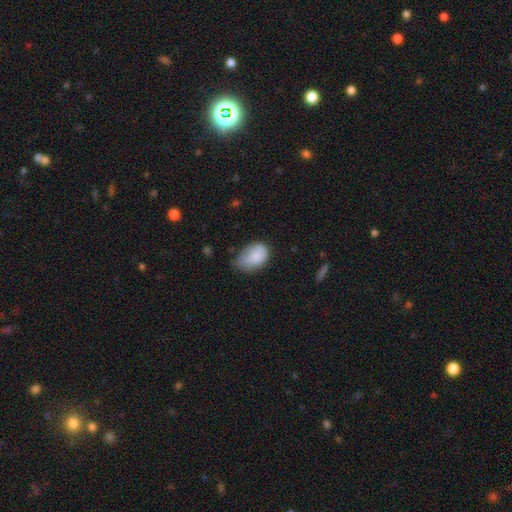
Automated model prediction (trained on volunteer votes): smooth_or_featured: smooth (p=0.84) [alt: featured or disk p=0.09]
how_rounded: in between (p=0.85) [alt: round p=0.13]
merging: minor disturbance (p=0.44) [alt: none p=0.39]